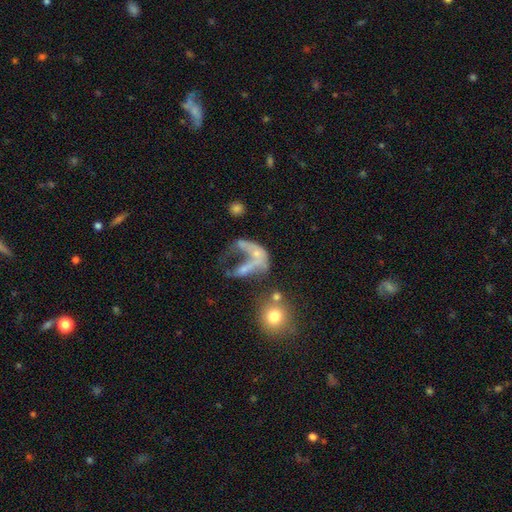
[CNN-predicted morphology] Smooth or featured? Predicted: featured or disk (p=0.48). Merging? Predicted: major disturbance (p=0.43).